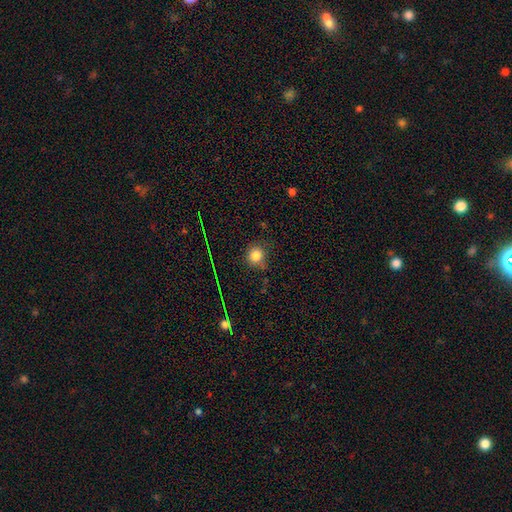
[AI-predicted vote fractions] This appears to be a smooth galaxy with no disk features (78%) that is round (84%). Merging: none (69%).